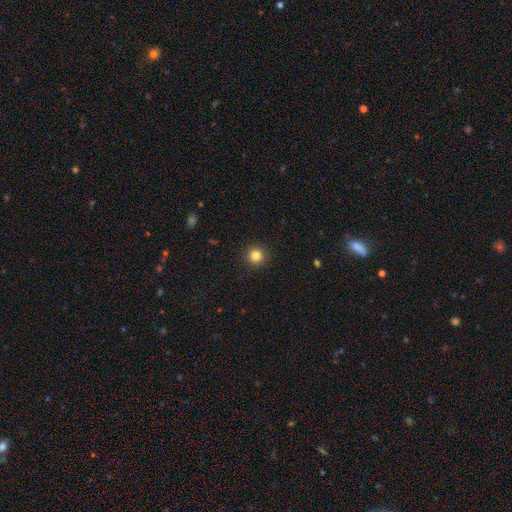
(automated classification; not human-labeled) Smooth or featured: smooth — 84% (star or artifact — 12%)
How rounded: round — 95% (in between — 4%)
Merging: none — 93% (minor disturbance — 5%)